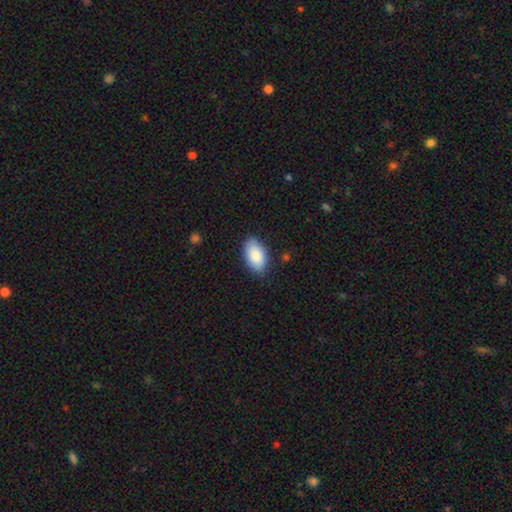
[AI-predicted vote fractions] Morphology: type=smooth (86%); roundness=in between (95%); merging=none (82%).